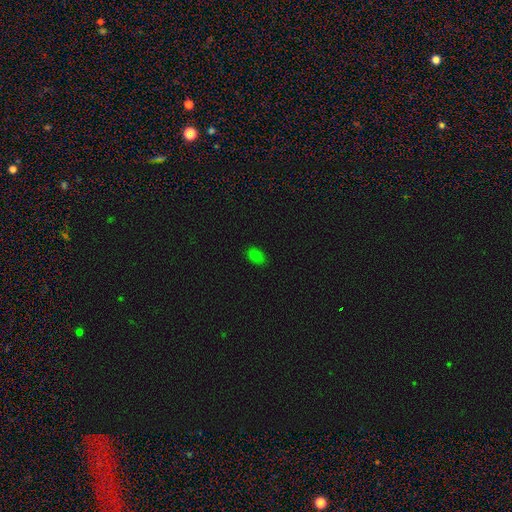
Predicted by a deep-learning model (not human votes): smooth 79%, star or artifact 17%, featured or disk 4%. Down the decision tree: how rounded — in between (89%); merging — none (84%).